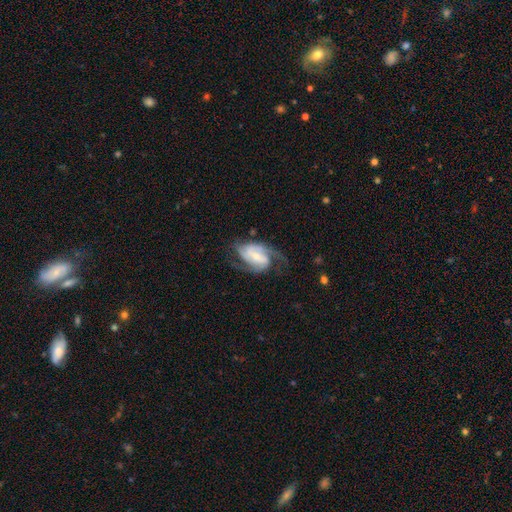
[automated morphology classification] A featured or disk galaxy (85%) with a weak bar (44%), 2 (56%) medium (50%) spiral arms (96%) and a small central bulge (58%).

Vote fractions:
- Smooth or featured? featured or disk: 85% / smooth: 10% / star or artifact: 5%
- Edge-on disk? no: 97% / yes: 3%
- Bar? weak: 44% / no: 32% / strong: 24%
- Spiral arms? yes: 96% / no: 4%
- Spiral winding? medium: 50% / tight: 25% / loose: 25%
- Spiral arm count? 2: 56% / 3: 23% / can't tell: 10% / 1: 5% / 4: 4% / more than 4: 3%
- Bulge size? small: 58% / moderate: 34% / none: 4% / large: 3% / dominant: 1%
- Merging? none: 58% / minor disturbance: 20% / major disturbance: 20% / merger: 2%